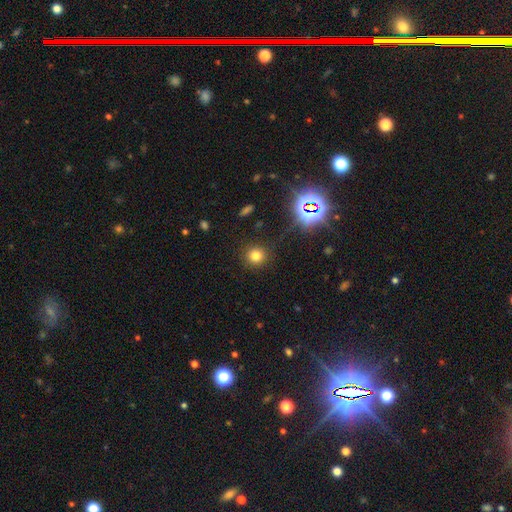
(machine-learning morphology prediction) This is likely a smooth galaxy (74%). How rounded: clearly round (91%). Merging: clearly none (89%).